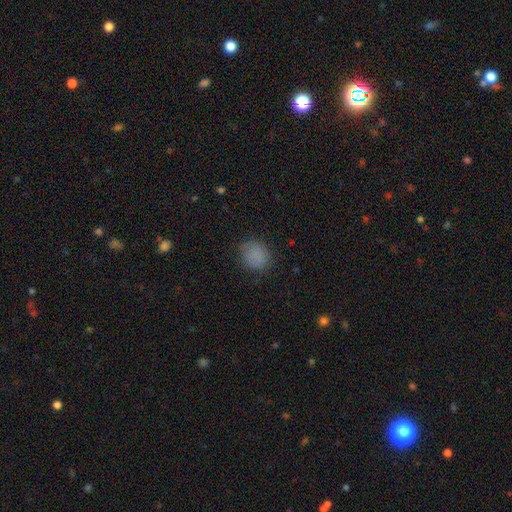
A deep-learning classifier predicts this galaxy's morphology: A smooth galaxy with no disk features (84%) that is round (67%).

Vote fractions:
- Smooth or featured? smooth: 84% / star or artifact: 11% / featured or disk: 5%
- How rounded? round: 67% / in between: 32% / cigar-shaped: 1%
- Merging? none: 79% / minor disturbance: 15% / major disturbance: 4% / merger: 1%